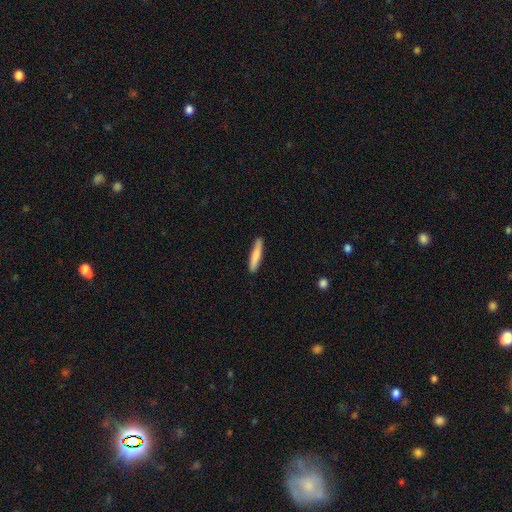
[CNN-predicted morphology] smooth_or_featured: smooth (p=0.80) [alt: featured or disk p=0.15]
how_rounded: cigar-shaped (p=0.90) [alt: in between p=0.09]
merging: none (p=0.87) [alt: minor disturbance p=0.10]